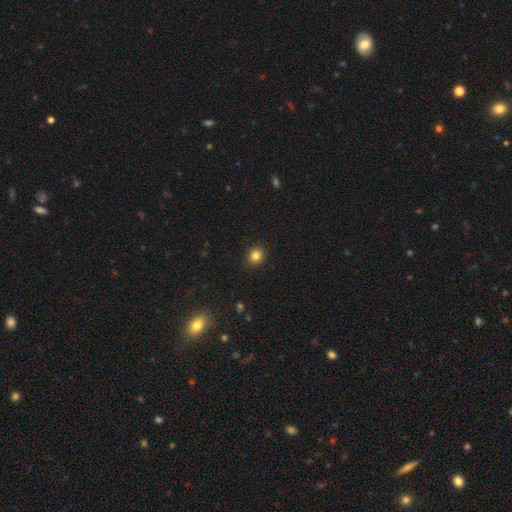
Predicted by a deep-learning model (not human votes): This is clearly a smooth galaxy (84%). How rounded: clearly round (81%). Merging: clearly none (91%).